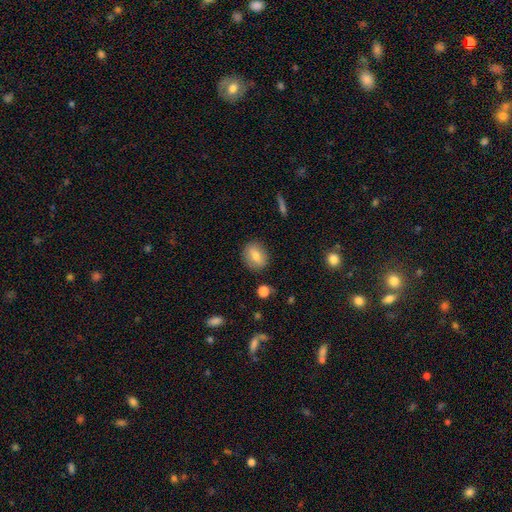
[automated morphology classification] Smooth or featured? Predicted: smooth (p=0.76). How rounded? Predicted: in between (p=0.54). Merging? Predicted: none (p=0.84).